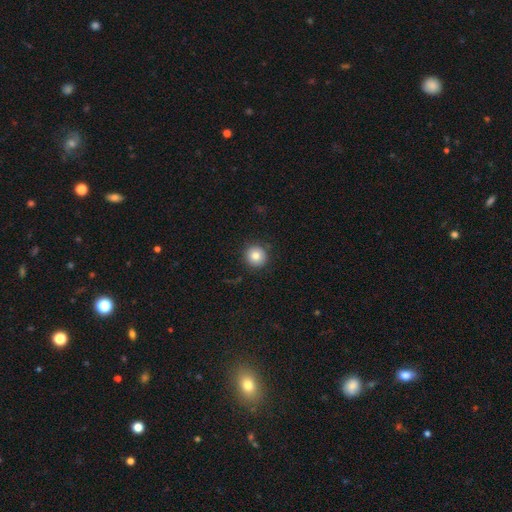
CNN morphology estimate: Smooth or featured? smooth (81%)
How rounded? round (95%)
Merging? none (89%)